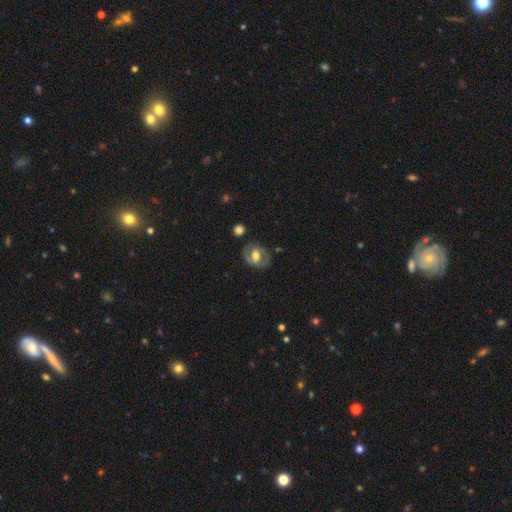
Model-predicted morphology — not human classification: Smooth or featured? featured or disk (58%)
Edge-on disk? no (94%)
Bar? weak (40%)
Spiral arms? yes (54%)
Bulge size? moderate (56%)
Merging? none (75%)